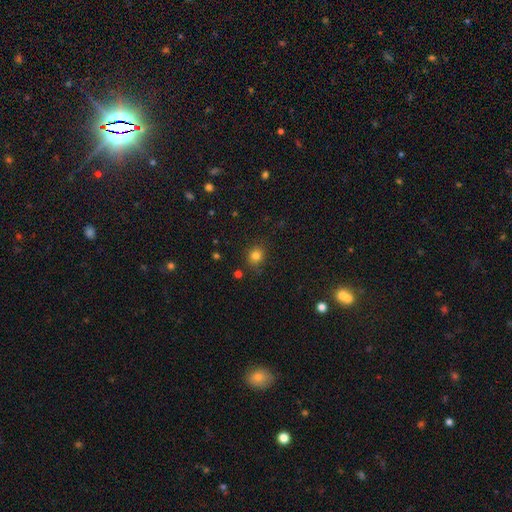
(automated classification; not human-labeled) Smooth or featured? smooth (80%)
How rounded? round (78%)
Merging? none (85%)